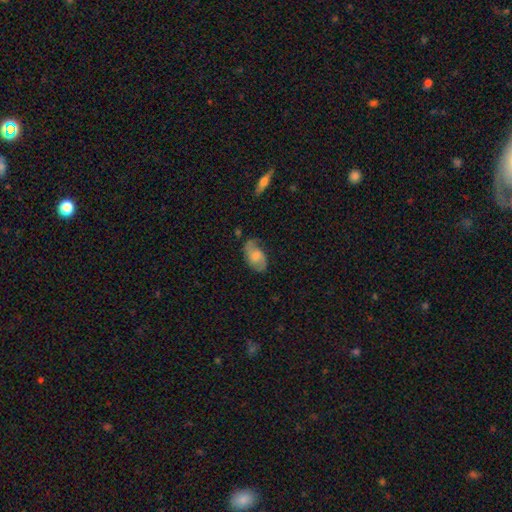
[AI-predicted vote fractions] Smooth or featured? Predicted: featured or disk (p=0.64). Edge-on disk? Predicted: no (p=0.96). Bar? Predicted: no (p=0.53). Spiral arms? Predicted: yes (p=0.91). Spiral winding? Predicted: medium (p=0.46). Spiral arm count? Predicted: 2 (p=0.86). Bulge size? Predicted: moderate (p=0.30). Merging? Predicted: none (p=0.68).